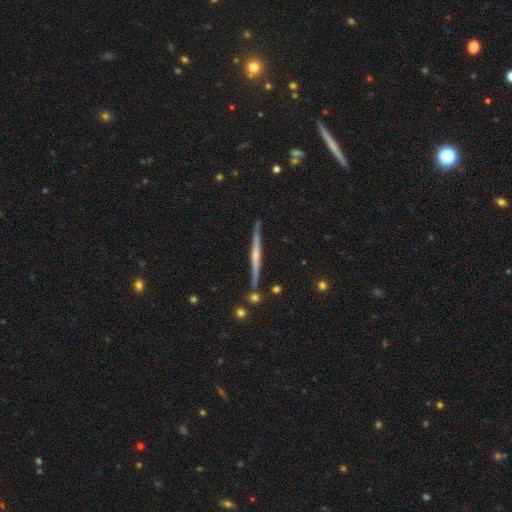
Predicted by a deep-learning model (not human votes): Overall: featured or disk (70%). Edge-on disk: yes (98%). Edge-on bulge: none (48%; rounded 41%). Merging: none (87%).